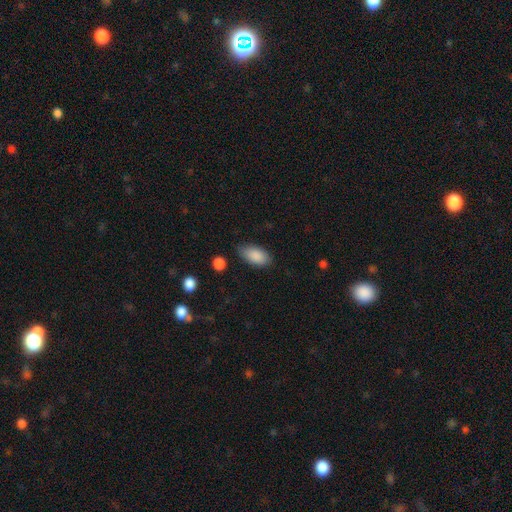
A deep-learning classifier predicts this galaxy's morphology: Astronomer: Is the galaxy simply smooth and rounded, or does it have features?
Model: smooth — 89%.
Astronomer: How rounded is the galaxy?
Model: in between — 93%.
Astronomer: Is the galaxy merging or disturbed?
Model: none — 77%.